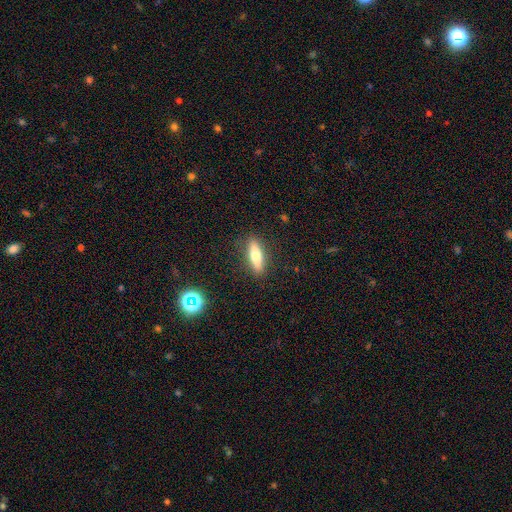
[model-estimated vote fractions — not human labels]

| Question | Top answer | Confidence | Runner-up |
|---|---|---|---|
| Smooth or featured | smooth | 59% | featured or disk (34%) |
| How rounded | cigar-shaped | 65% | in between (33%) |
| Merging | none | 88% | minor disturbance (8%) |